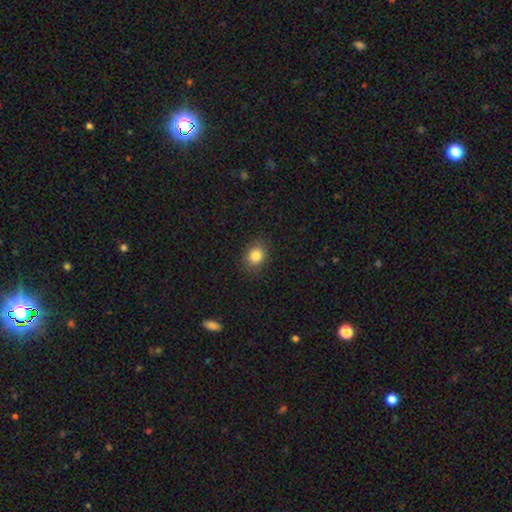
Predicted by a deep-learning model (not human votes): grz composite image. It shows a smooth galaxy with no disk features (84%) that is round (57%). Merging: none (86%).